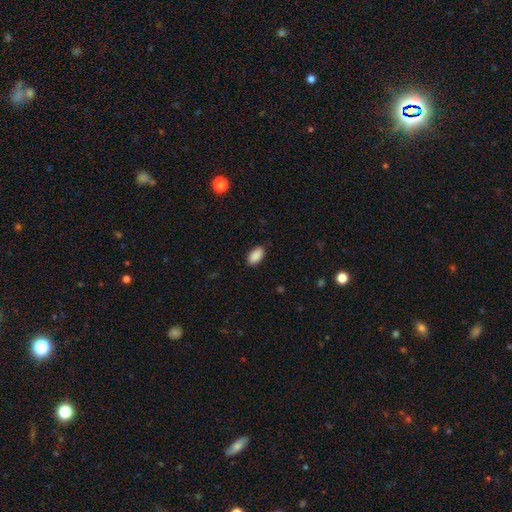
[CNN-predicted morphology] Smooth or featured? smooth (90%)
How rounded? in between (94%)
Merging? none (86%)